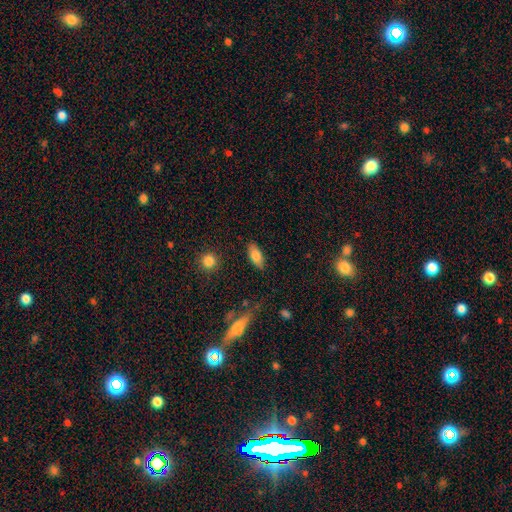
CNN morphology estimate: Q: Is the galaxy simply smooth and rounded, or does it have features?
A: smooth — 80%.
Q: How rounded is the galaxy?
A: in between — 87%.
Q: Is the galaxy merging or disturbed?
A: none — 84%.